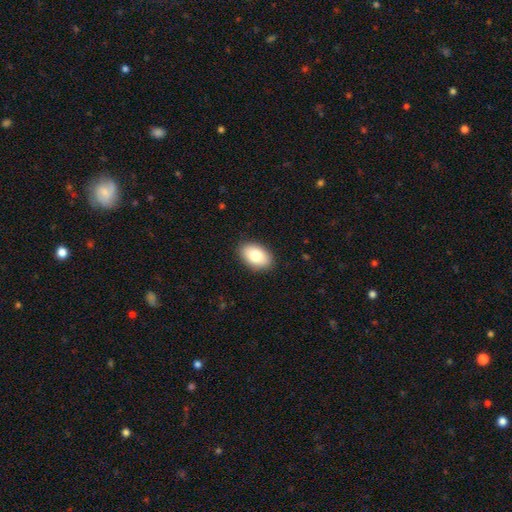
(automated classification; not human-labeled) Overall: smooth (81%). How rounded: in between (90%). Merging: none (89%).